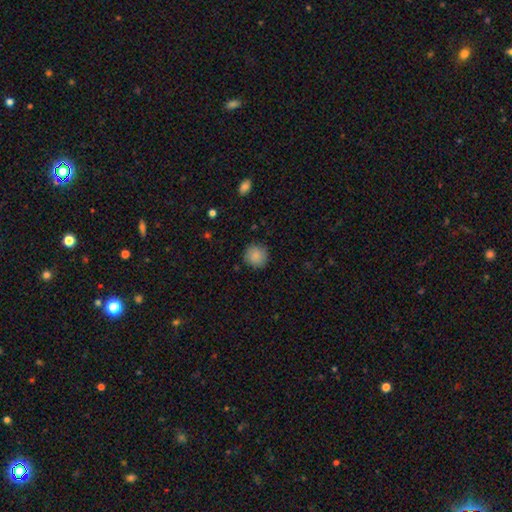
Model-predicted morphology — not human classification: This appears to be a smooth galaxy with no disk features (86%) that is round (92%). Merging: none (85%).